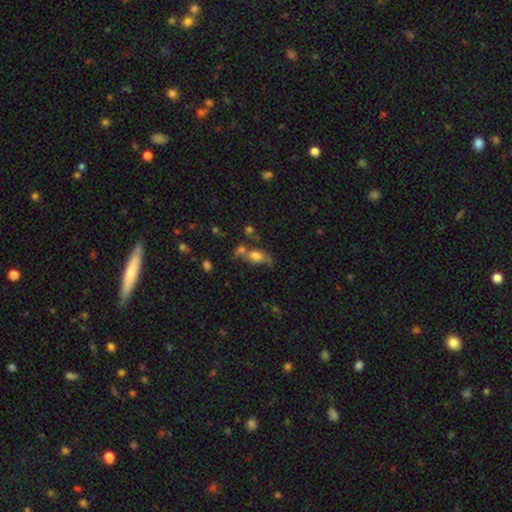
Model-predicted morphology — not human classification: Smooth or featured? Predicted: smooth (p=0.73). How rounded? Predicted: in between (p=0.79). Merging? Predicted: none (p=0.42).